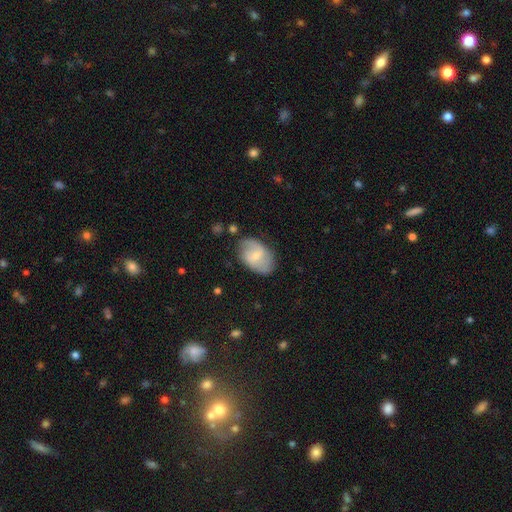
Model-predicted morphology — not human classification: The model was most divided on "smooth or featured": featured or disk: 50%, smooth: 43%, star or artifact: 7%. More confident: edge-on disk — no (96%); merging — none (73%).